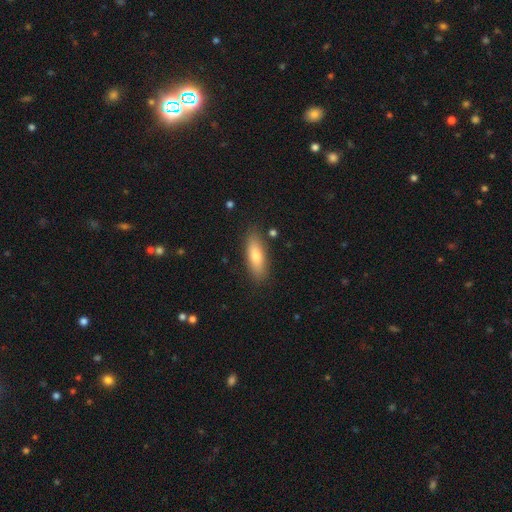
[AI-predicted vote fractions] Smooth or featured: smooth — 76% (featured or disk — 18%)
How rounded: in between — 56% (cigar-shaped — 42%)
Merging: none — 85% (minor disturbance — 10%)